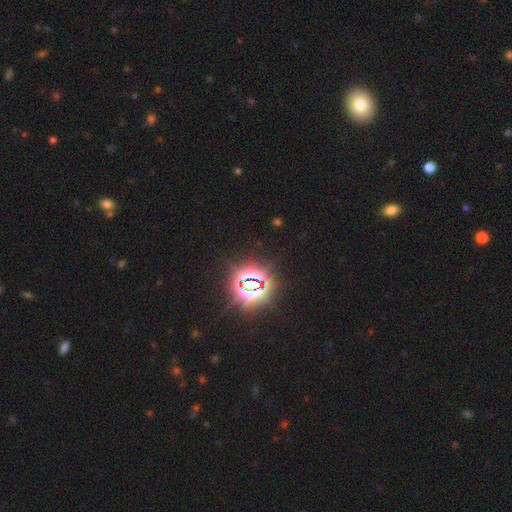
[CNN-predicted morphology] A star or artifact, not a galaxy (83%).